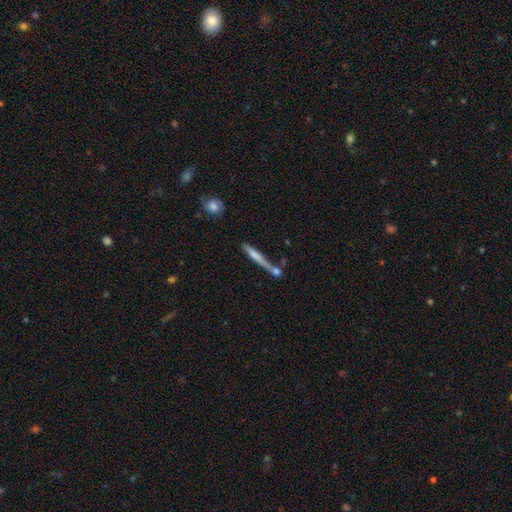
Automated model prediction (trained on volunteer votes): Q: Smooth or featured?
A: smooth (58%); runner-up: featured or disk (35%)
Q: How rounded?
A: cigar-shaped (91%); runner-up: in between (7%)
Q: Merging?
A: none (48%); runner-up: merger (27%)